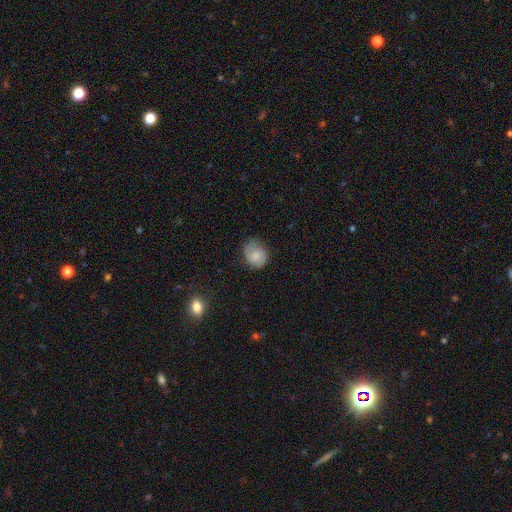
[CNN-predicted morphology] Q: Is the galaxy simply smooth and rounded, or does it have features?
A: smooth — 74%.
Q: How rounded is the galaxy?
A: round — 67%.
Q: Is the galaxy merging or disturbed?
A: none — 63%.